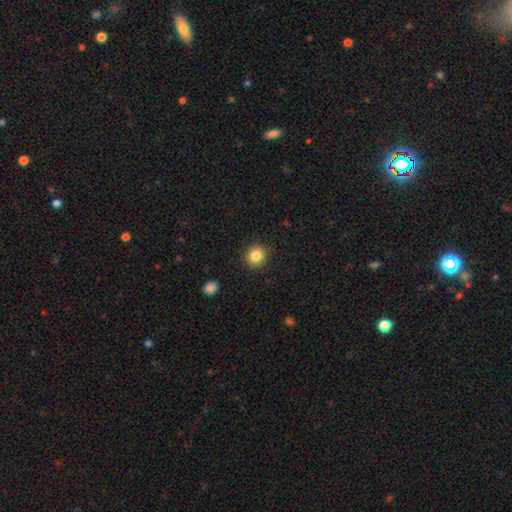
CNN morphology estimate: A smooth galaxy with no disk features (84%) that is round (89%).

Vote fractions:
- Smooth or featured? smooth: 84% / star or artifact: 10% / featured or disk: 6%
- How rounded? round: 89% / in between: 10% / cigar-shaped: 1%
- Merging? none: 91% / minor disturbance: 6% / major disturbance: 2% / merger: 1%